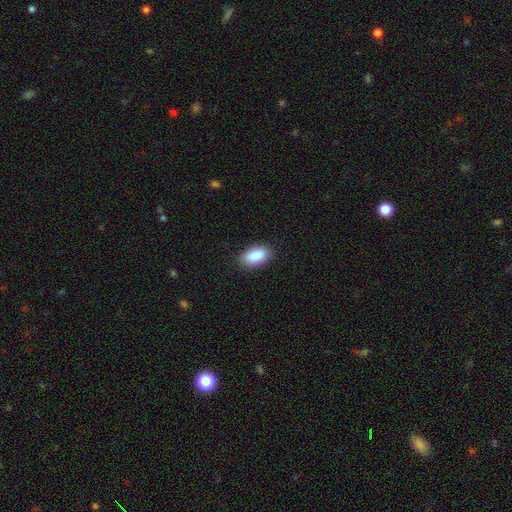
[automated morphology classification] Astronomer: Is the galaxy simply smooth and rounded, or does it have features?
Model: smooth — 88%.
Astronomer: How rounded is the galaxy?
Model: in between — 93%.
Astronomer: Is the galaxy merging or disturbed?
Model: none — 88%.